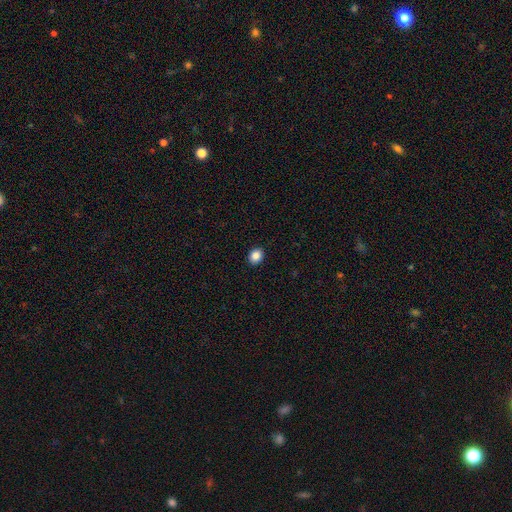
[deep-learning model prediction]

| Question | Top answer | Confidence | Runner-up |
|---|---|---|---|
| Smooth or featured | smooth | 86% | star or artifact (10%) |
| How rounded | round | 58% | in between (42%) |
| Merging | none | 92% | minor disturbance (5%) |